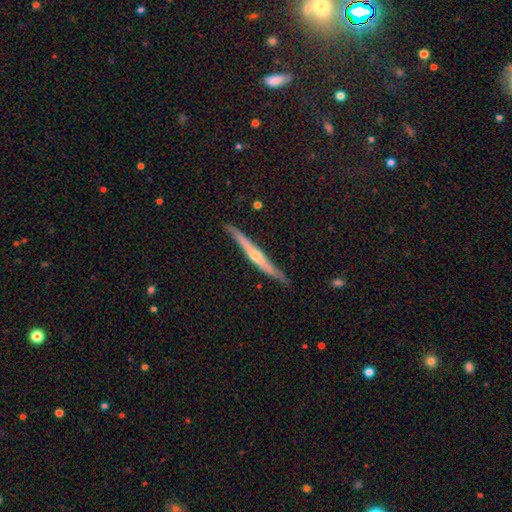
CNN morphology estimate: featured or disk 71%, smooth 23%, star or artifact 6%. Down the decision tree: edge-on disk — yes (97%); edge-on bulge — rounded (72%); merging — none (84%).